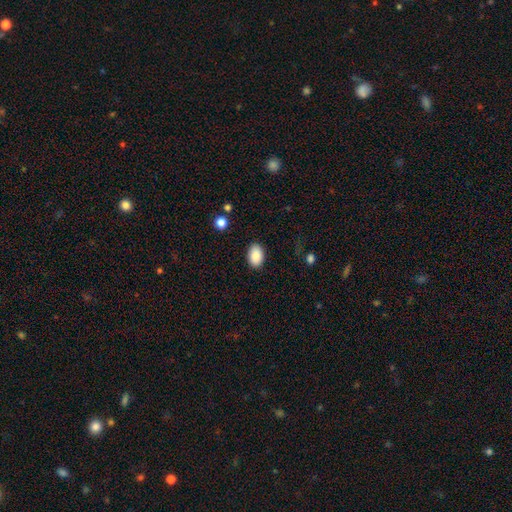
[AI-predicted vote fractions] smooth 88%, star or artifact 7%, featured or disk 5%. Down the decision tree: how rounded — in between (89%); merging — none (87%).